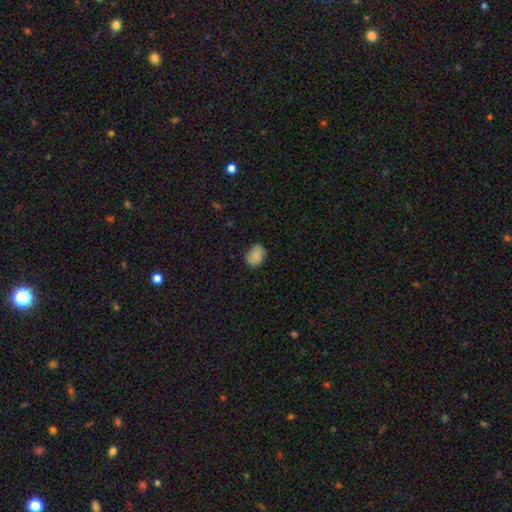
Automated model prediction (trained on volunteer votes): Smooth or featured?
  - smooth: 87% *
  - star or artifact: 8%
  - featured or disk: 4%
How rounded?
  - in between: 57% *
  - round: 42%
  - cigar-shaped: 1%
Merging?
  - none: 81% *
  - minor disturbance: 15%
  - major disturbance: 3%
  - merger: 1%